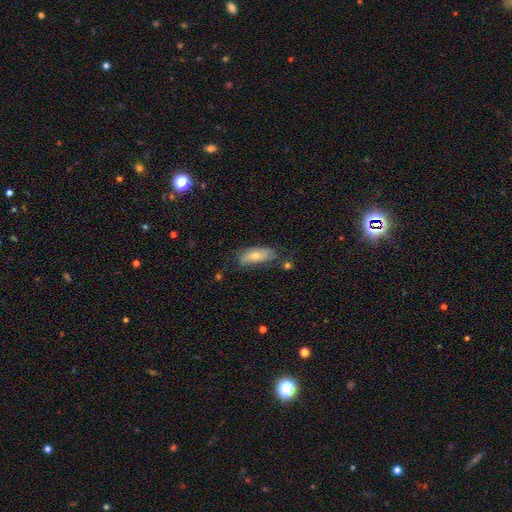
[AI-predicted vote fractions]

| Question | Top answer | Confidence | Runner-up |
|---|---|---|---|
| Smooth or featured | smooth | 69% | featured or disk (25%) |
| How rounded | in between | 74% | cigar-shaped (24%) |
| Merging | none | 66% | minor disturbance (24%) |